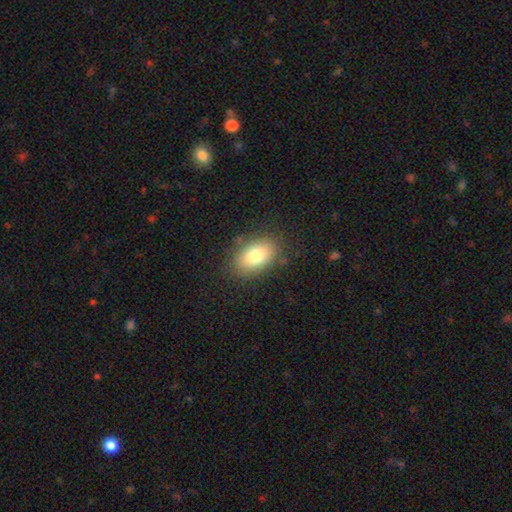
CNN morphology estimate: smooth 80%, featured or disk 12%, star or artifact 9%. Down the decision tree: how rounded — in between (88%); merging — none (85%).